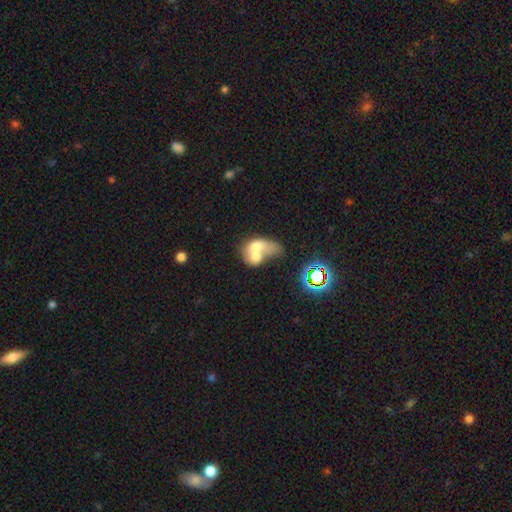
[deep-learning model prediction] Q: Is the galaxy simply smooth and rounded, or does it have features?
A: smooth — 56%.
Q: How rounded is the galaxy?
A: in between — 64%.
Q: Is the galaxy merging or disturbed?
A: merger — 76%.